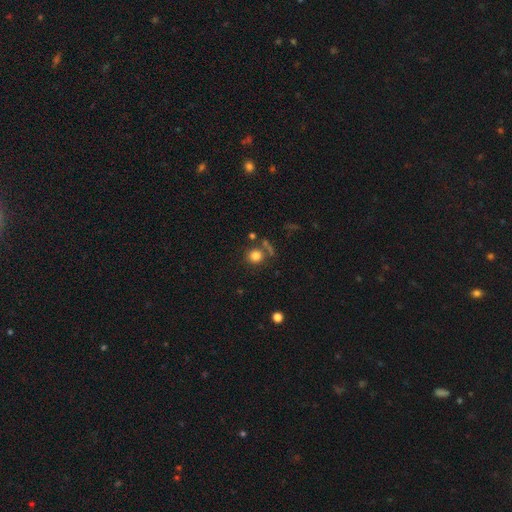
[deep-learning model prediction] Overall: smooth (81%). How rounded: round (88%). Merging: none (70%).